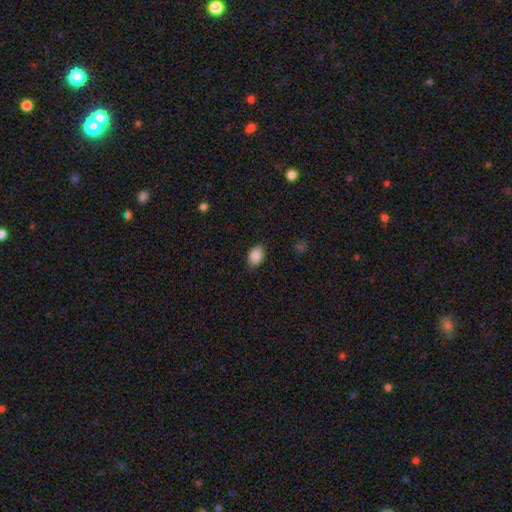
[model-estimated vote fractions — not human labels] smooth-or-featured: smooth: 88% | star or artifact: 8% | featured or disk: 4%
  how-rounded: in between: 79% | round: 20% | cigar-shaped: 1%
  merging: none: 81% | minor disturbance: 15% | major disturbance: 3% | merger: 1%